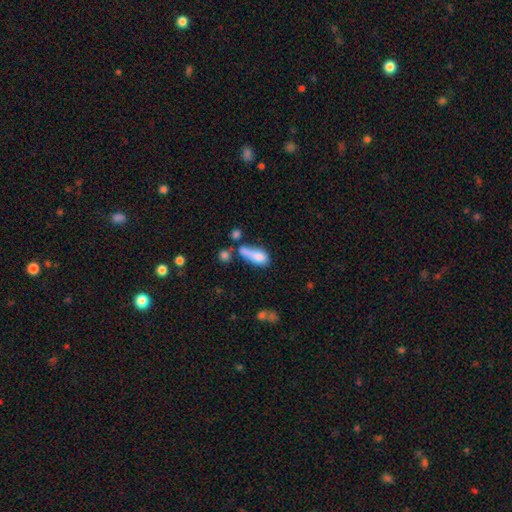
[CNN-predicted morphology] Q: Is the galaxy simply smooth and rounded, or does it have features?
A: smooth — 73%.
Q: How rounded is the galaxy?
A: in between — 66%.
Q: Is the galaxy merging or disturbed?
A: merger — 33%.